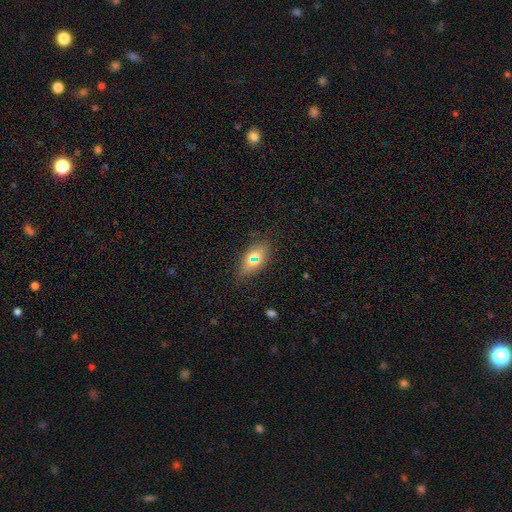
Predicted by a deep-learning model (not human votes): The model was most divided on "smooth or featured": smooth: 64%, star or artifact: 18%, featured or disk: 18%. More confident: how rounded — in between (84%); merging — none (82%).